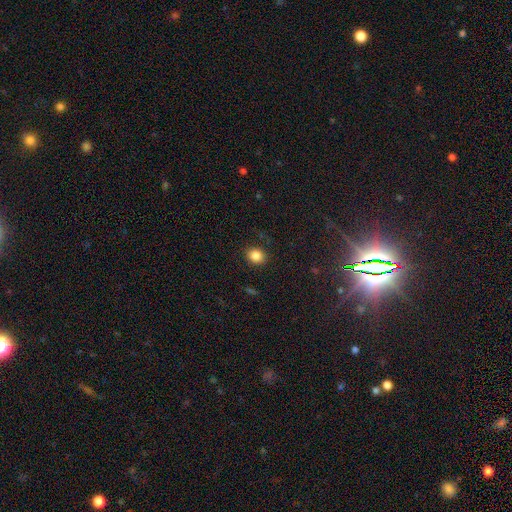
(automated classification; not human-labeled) The model was most divided on "how rounded": round: 64%, in between: 35%, cigar-shaped: 1%. More confident: merging — none (87%); smooth or featured — smooth (85%).